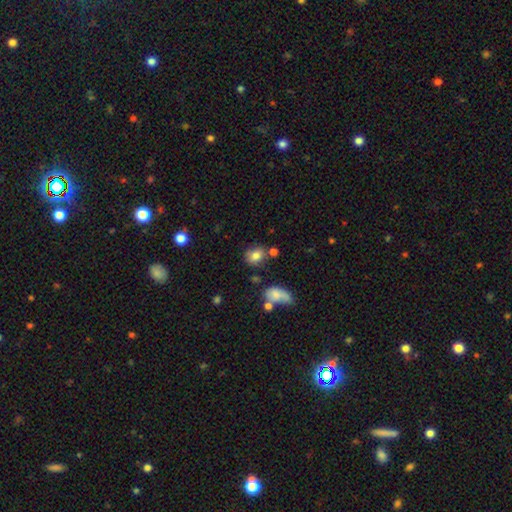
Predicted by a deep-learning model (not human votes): Morphology: type=smooth (78%); roundness=round (51%); merging=none (64%).